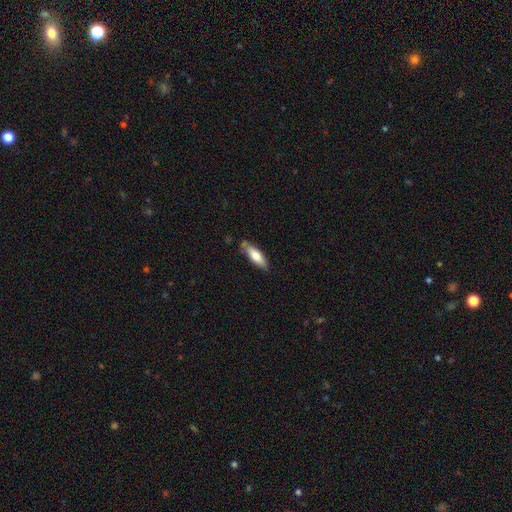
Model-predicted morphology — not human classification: The model was most divided on "how rounded": in between: 54%, cigar-shaped: 44%, round: 2%. More confident: smooth or featured — smooth (72%); merging — none (72%).